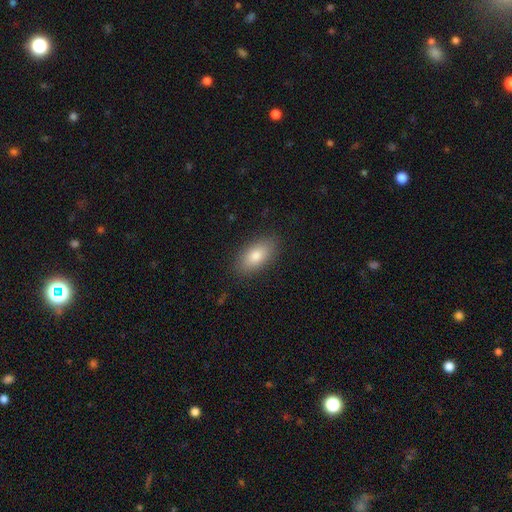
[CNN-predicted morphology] A smooth galaxy with no disk features (81%) that is in between round and cigar-shaped (90%).

Vote fractions:
- Smooth or featured? smooth: 81% / featured or disk: 11% / star or artifact: 8%
- How rounded? in between: 90% / cigar-shaped: 6% / round: 5%
- Merging? none: 87% / minor disturbance: 10% / major disturbance: 3% / merger: 1%